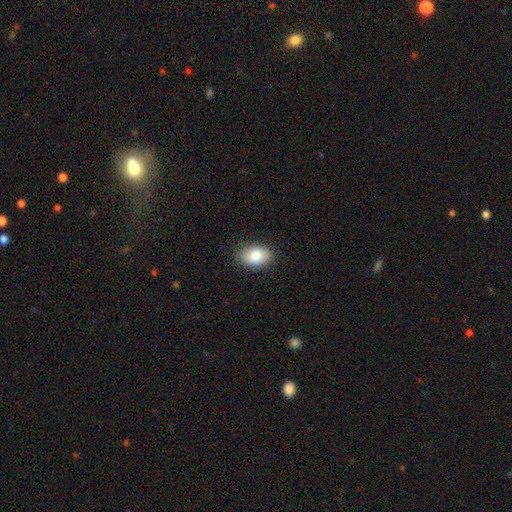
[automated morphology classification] A smooth galaxy with no disk features (87%) that is in between round and cigar-shaped (87%).

Vote fractions:
- Smooth or featured? smooth: 87% / star or artifact: 7% / featured or disk: 7%
- How rounded? in between: 87% / round: 11% / cigar-shaped: 1%
- Merging? none: 85% / minor disturbance: 12% / major disturbance: 3% / merger: 1%